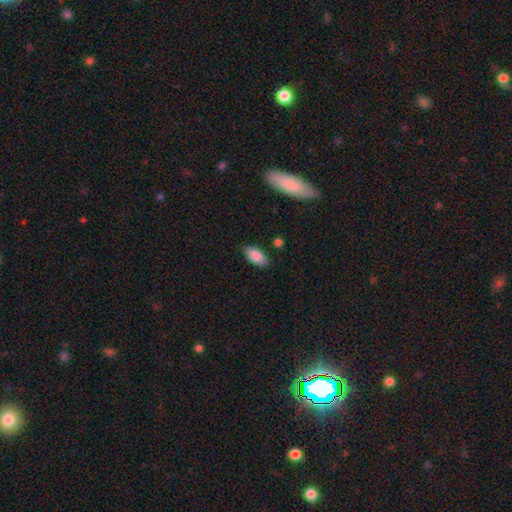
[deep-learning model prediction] smooth 84%, featured or disk 9%, star or artifact 7%. Down the decision tree: how rounded — in between (91%); merging — none (85%).